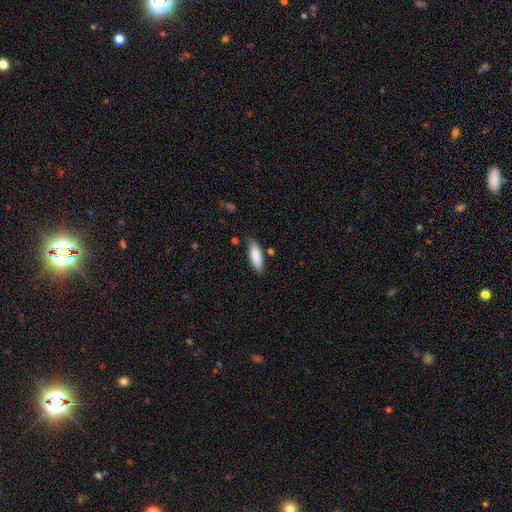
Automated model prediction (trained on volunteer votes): Smooth or featured?
  - smooth: 85% *
  - featured or disk: 10%
  - star or artifact: 6%
How rounded?
  - in between: 58% *
  - cigar-shaped: 40%
  - round: 2%
Merging?
  - none: 74% *
  - minor disturbance: 19%
  - major disturbance: 3%
  - merger: 3%